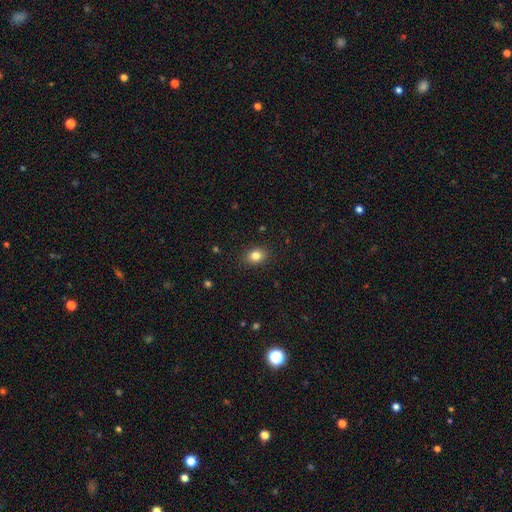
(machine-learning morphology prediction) smooth-or-featured: smooth: 83% | star or artifact: 11% | featured or disk: 7%
  how-rounded: in between: 59% | round: 39% | cigar-shaped: 1%
  merging: none: 88% | minor disturbance: 8% | major disturbance: 2% | merger: 1%